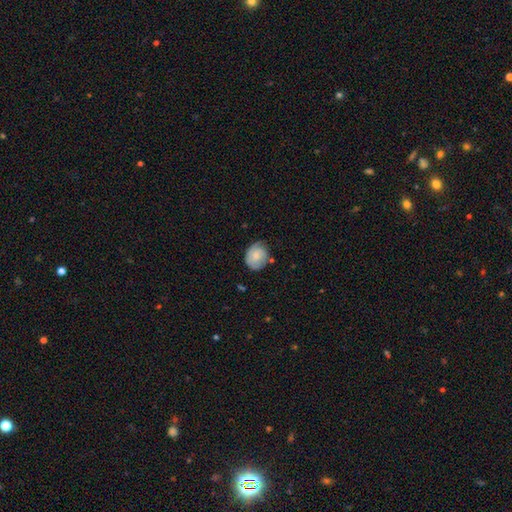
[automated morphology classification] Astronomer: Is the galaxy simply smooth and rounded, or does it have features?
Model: smooth — 54% (runner-up: featured or disk, 38%).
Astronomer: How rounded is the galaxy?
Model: round — 52% (runner-up: in between, 47%).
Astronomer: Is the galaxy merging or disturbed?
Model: none — 61%.